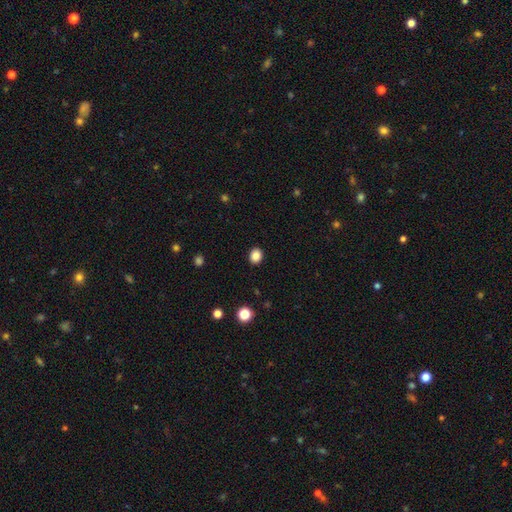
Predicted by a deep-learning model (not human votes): Morphology: type=smooth (86%); roundness=round (57%); merging=none (90%).